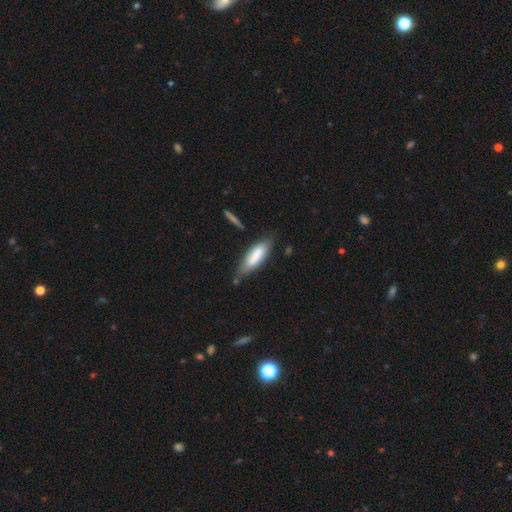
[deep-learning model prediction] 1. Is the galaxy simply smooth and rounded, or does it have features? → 77% smooth, 16% featured or disk, 6% star or artifact.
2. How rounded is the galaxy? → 53% in between, 46% cigar-shaped, 1% round.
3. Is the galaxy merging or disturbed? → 60% none, 28% minor disturbance, 7% major disturbance, 5% merger.